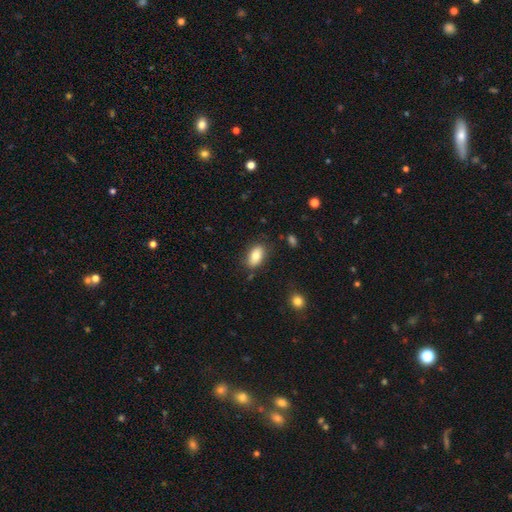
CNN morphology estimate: Smooth or featured? smooth (82%)
How rounded? in between (91%)
Merging? none (82%)